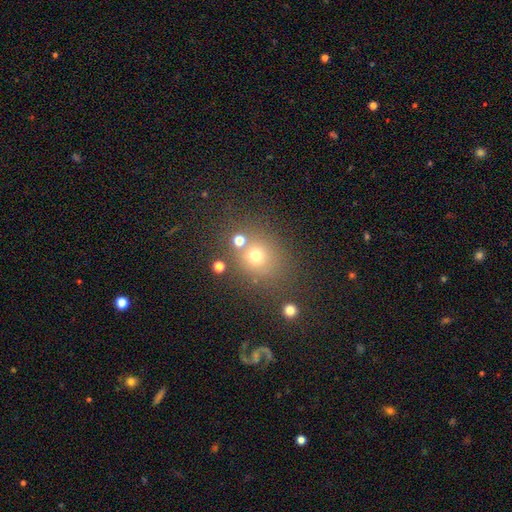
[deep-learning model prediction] This appears to be a smooth galaxy with no disk features (65%) that is round (73%). Merging: none (70%).